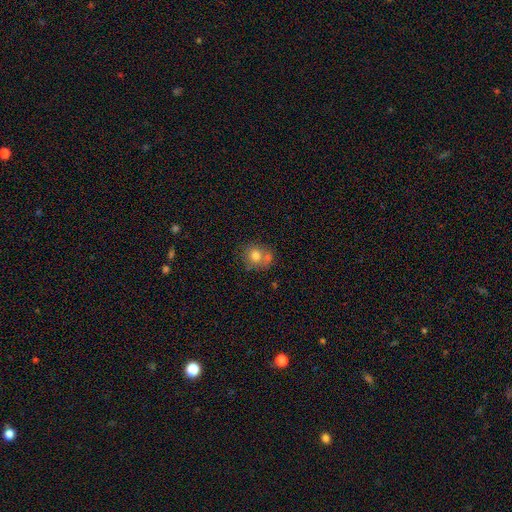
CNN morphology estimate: This appears to be a smooth galaxy with no disk features (74%) that is round (77%). Merging: none (51%).